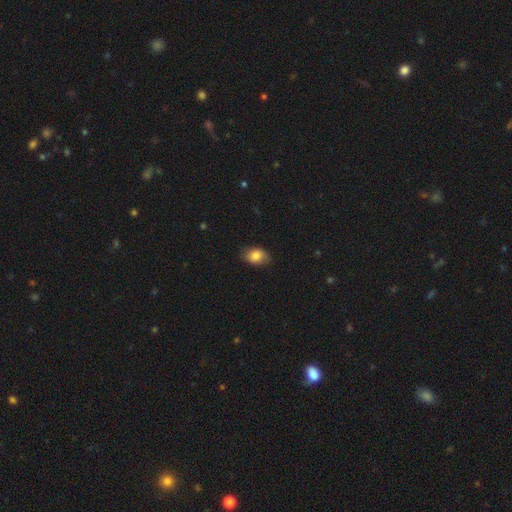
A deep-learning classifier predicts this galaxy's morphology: Q: Smooth or featured?
A: smooth (82%); runner-up: featured or disk (10%)
Q: How rounded?
A: in between (79%); runner-up: round (20%)
Q: Merging?
A: none (79%); runner-up: minor disturbance (17%)